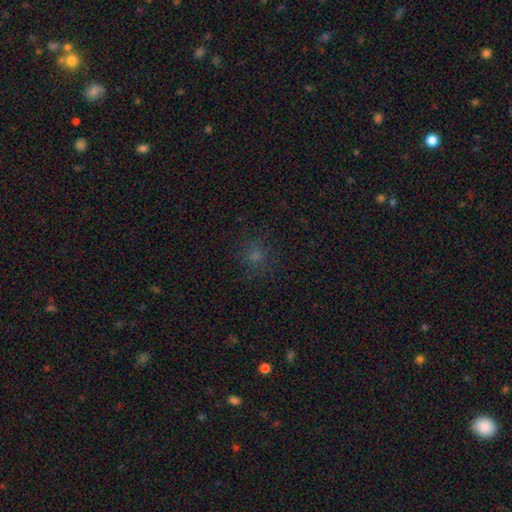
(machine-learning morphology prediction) smooth-or-featured: smooth: 67% | star or artifact: 26% | featured or disk: 7%
  how-rounded: round: 89% | in between: 10% | cigar-shaped: 1%
  merging: none: 84% | minor disturbance: 10% | major disturbance: 4% | merger: 1%